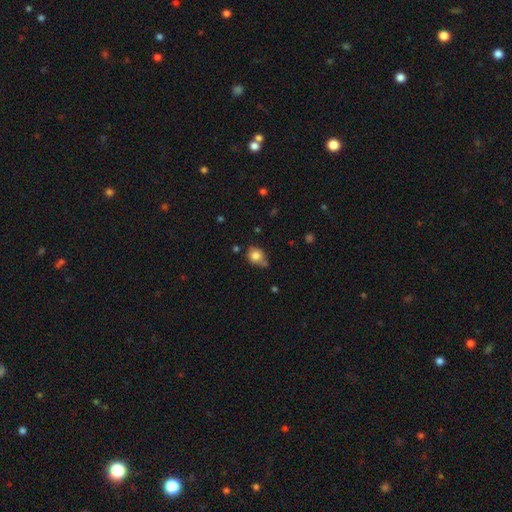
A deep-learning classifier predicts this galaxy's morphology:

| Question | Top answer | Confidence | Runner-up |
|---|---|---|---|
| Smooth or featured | smooth | 81% | star or artifact (11%) |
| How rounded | round | 73% | in between (26%) |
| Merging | none | 57% | minor disturbance (27%) |